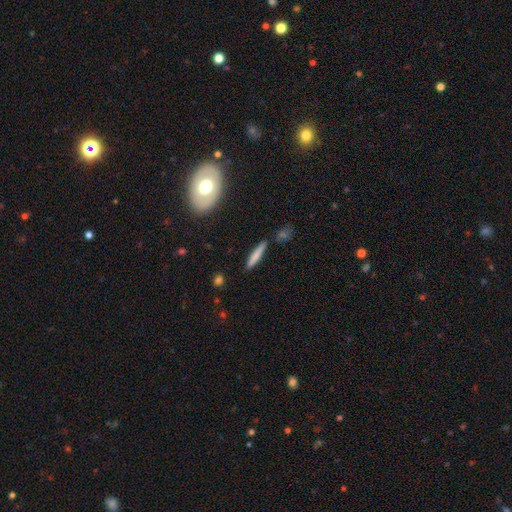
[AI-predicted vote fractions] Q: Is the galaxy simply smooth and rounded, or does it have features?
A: smooth — 73%.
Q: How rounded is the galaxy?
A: cigar-shaped — 92%.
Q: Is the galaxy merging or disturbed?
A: none — 84%.